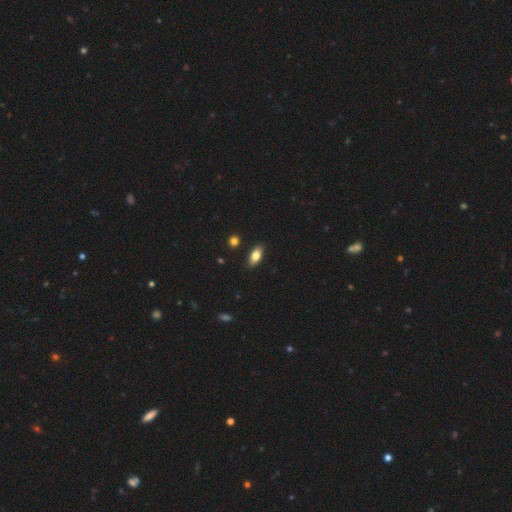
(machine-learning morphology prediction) A smooth galaxy with no disk features (80%) that is in between round and cigar-shaped (88%). Merging: none (87%).